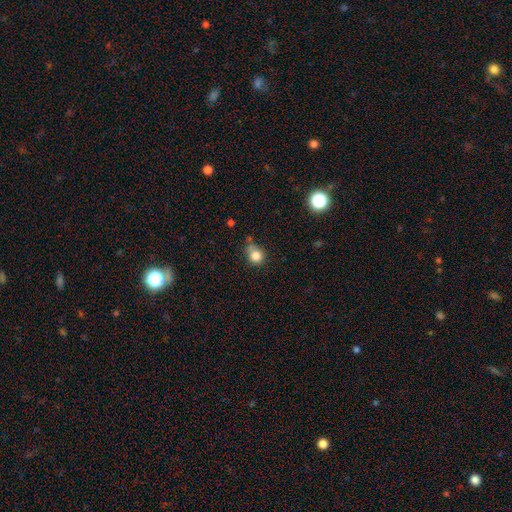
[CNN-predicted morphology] Overall: smooth (81%). How rounded: round (82%). Merging: none (53%; minor disturbance 25%).